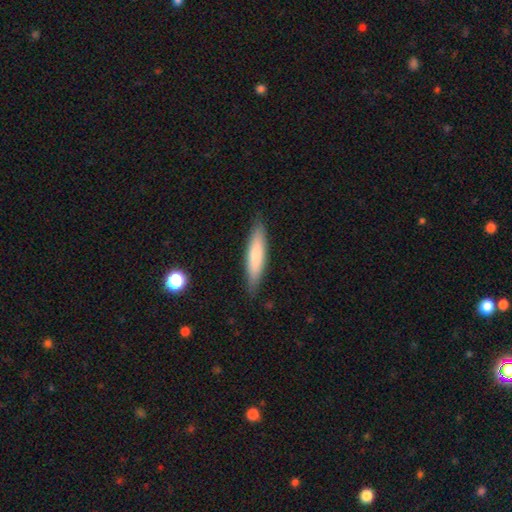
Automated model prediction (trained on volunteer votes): A smooth galaxy with no disk features (75%) that is cigar-shaped (80%). Merging: none (87%).